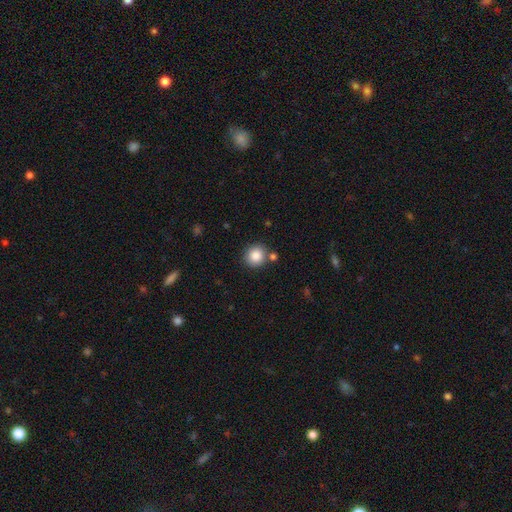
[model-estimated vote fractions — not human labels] Smooth or featured: smooth — 86% (star or artifact — 9%)
How rounded: round — 90% (in between — 9%)
Merging: none — 80% (minor disturbance — 9%)